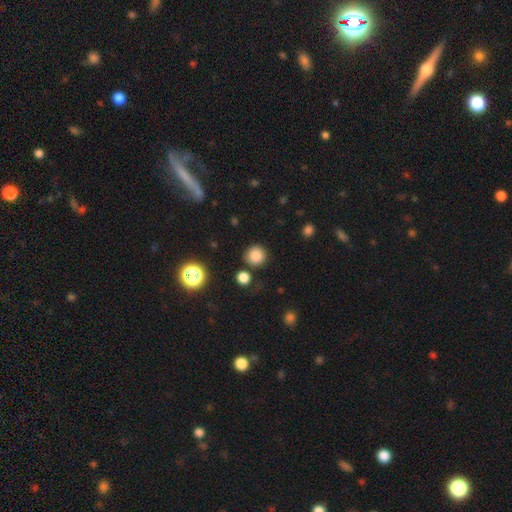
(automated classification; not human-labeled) Smooth or featured: smooth — 84% (star or artifact — 12%)
How rounded: round — 93% (in between — 6%)
Merging: none — 84% (minor disturbance — 9%)